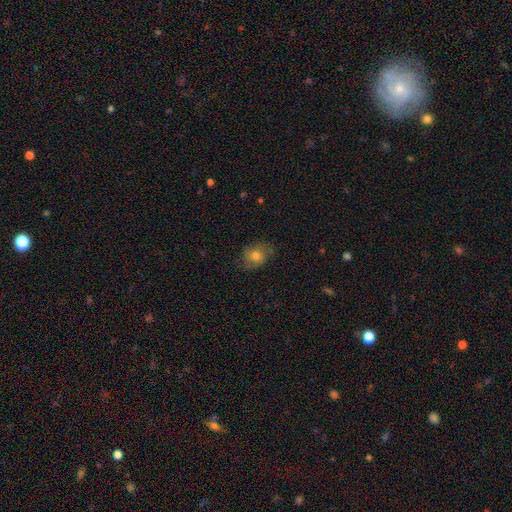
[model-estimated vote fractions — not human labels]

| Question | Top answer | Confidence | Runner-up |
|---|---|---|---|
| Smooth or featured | smooth | 48% | featured or disk (40%) |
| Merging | none | 71% | minor disturbance (20%) |